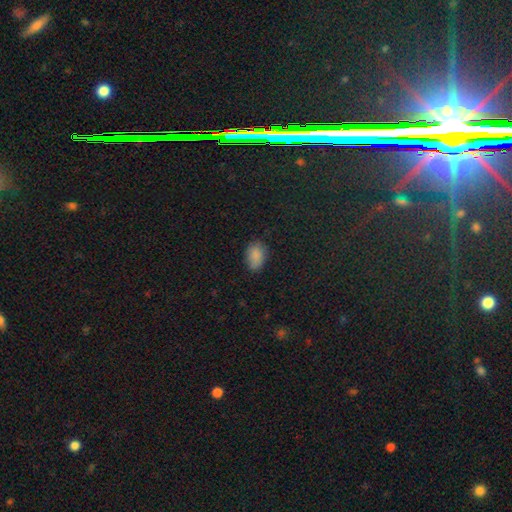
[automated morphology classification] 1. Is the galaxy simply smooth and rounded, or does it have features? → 86% smooth, 10% star or artifact, 5% featured or disk.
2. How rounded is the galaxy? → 83% in between, 16% round, 1% cigar-shaped.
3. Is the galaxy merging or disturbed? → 73% none, 21% minor disturbance, 4% major disturbance, 1% merger.